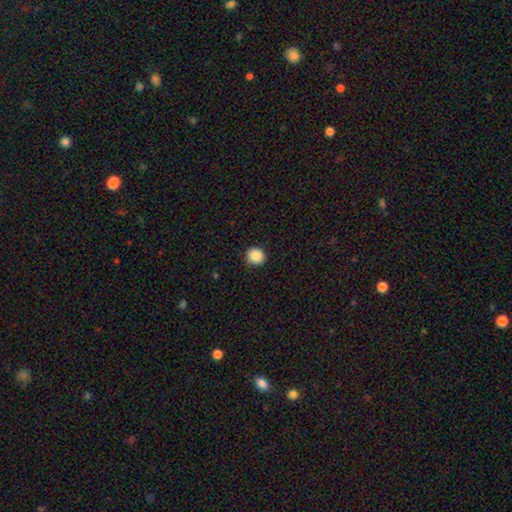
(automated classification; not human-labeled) Smooth or featured: smooth — 88% (star or artifact — 9%)
How rounded: round — 87% (in between — 12%)
Merging: none — 91% (minor disturbance — 6%)